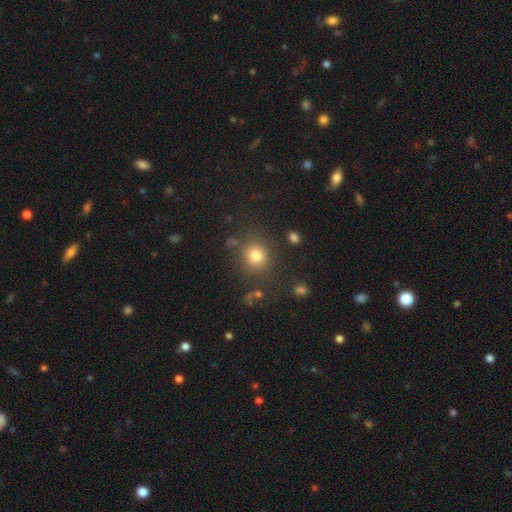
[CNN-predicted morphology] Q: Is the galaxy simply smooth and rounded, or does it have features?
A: smooth — 78%.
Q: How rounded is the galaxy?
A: round — 84%.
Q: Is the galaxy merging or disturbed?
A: none — 80%.